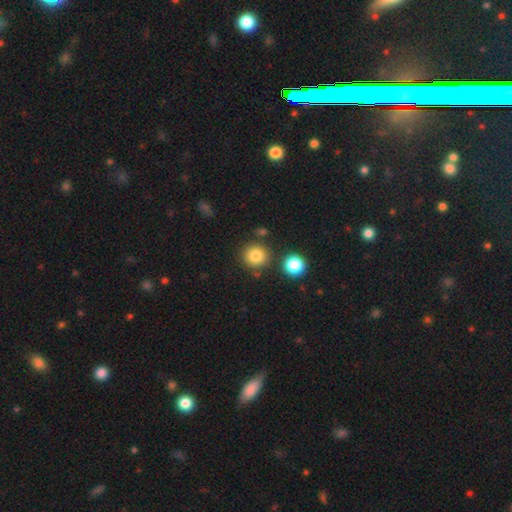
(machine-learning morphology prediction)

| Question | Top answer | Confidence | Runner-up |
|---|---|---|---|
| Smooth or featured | smooth | 83% | star or artifact (11%) |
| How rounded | round | 92% | in between (7%) |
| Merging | none | 83% | minor disturbance (8%) |